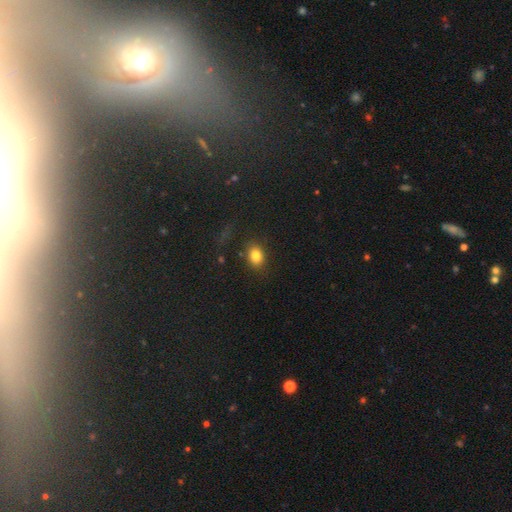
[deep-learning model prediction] Smooth or featured: smooth — 82% (star or artifact — 11%)
How rounded: in between — 63% (round — 35%)
Merging: none — 80% (minor disturbance — 13%)